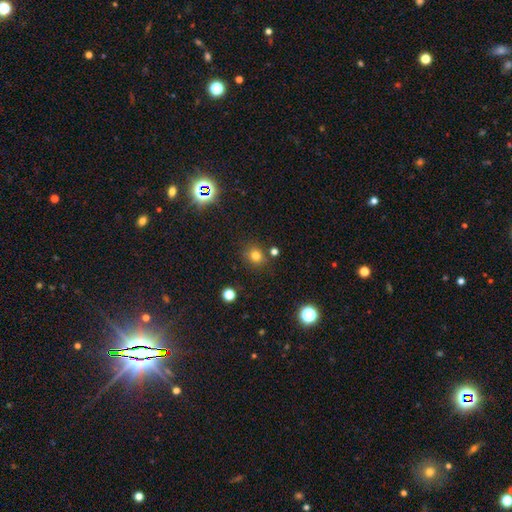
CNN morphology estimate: Smooth or featured? smooth (75%)
How rounded? round (83%)
Merging? none (79%)